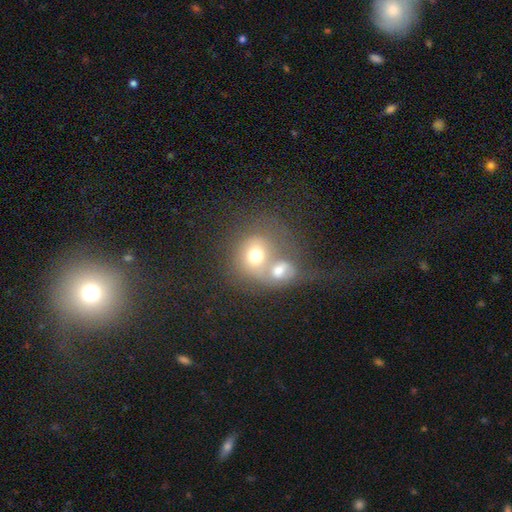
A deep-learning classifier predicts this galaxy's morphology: The model was most divided on "how rounded": round: 68%, in between: 31%, cigar-shaped: 1%. More confident: merging — merger (64%); smooth or featured — smooth (63%).